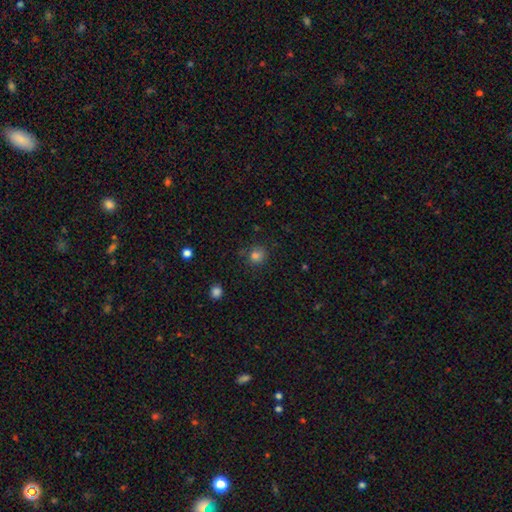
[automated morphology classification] Q: Smooth or featured?
A: smooth (80%); runner-up: star or artifact (14%)
Q: How rounded?
A: round (84%); runner-up: in between (15%)
Q: Merging?
A: none (80%); runner-up: minor disturbance (14%)